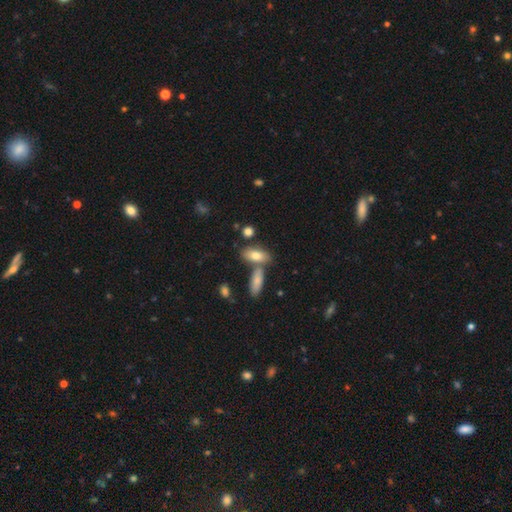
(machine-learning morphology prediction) star or artifact 62%, smooth 21%, featured or disk 17%.